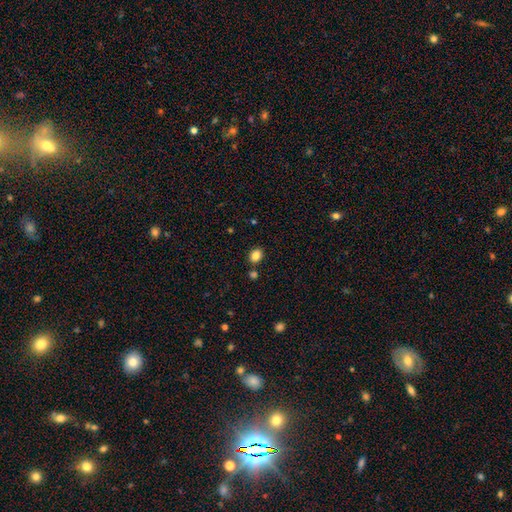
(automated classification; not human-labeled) Smooth or featured? Predicted: smooth (p=0.85). How rounded? Predicted: round (p=0.51). Merging? Predicted: none (p=0.81).